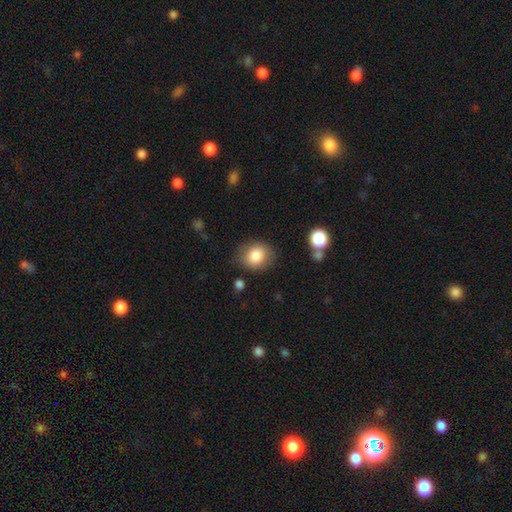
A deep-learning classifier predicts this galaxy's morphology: This appears to be a smooth galaxy with no disk features (84%) that is round (68%). Merging: none (79%).